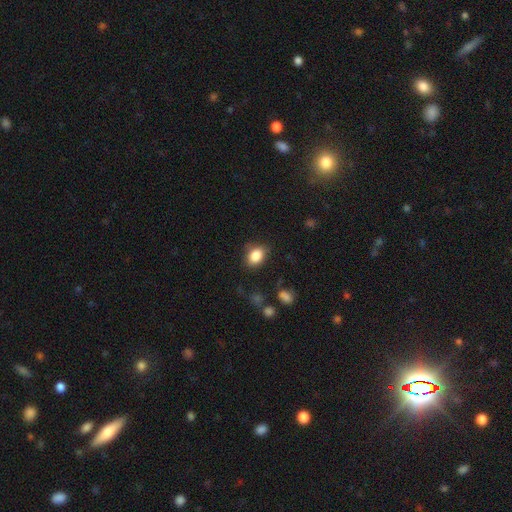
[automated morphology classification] A smooth galaxy with no disk features (85%) that is in between round and cigar-shaped (70%). Merging: none (80%).